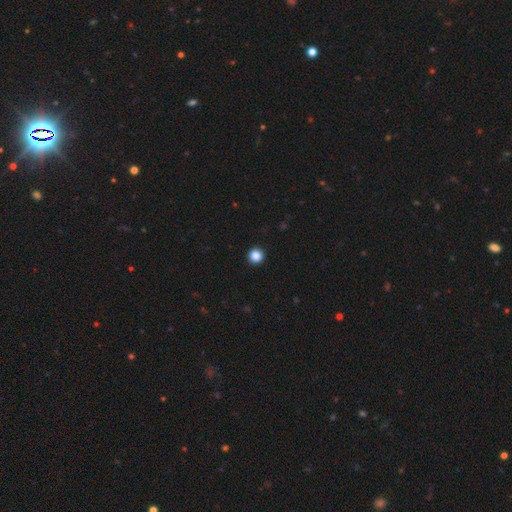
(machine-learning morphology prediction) smooth 87%, star or artifact 10%, featured or disk 3%. Down the decision tree: how rounded — round (96%); merging — none (94%).